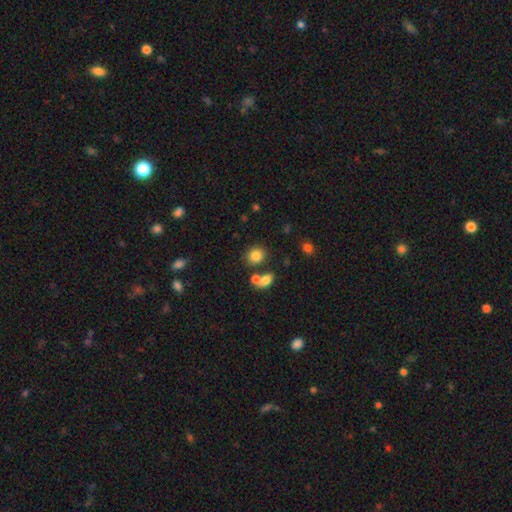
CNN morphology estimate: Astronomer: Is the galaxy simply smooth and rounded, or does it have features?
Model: smooth — 82%.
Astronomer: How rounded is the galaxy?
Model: round — 75%.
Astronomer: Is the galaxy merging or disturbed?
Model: none — 71%.